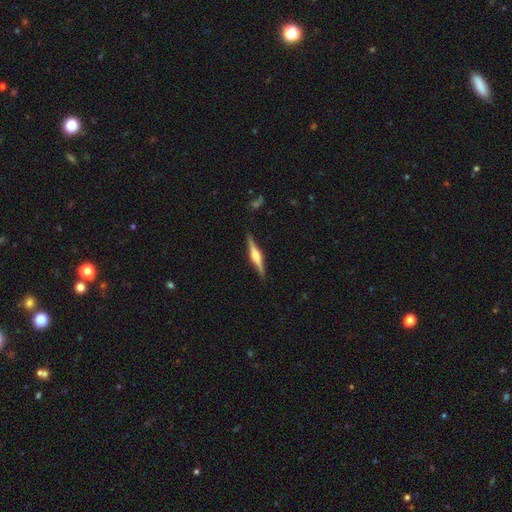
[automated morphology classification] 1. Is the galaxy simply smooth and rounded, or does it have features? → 75% featured or disk, 20% smooth, 5% star or artifact.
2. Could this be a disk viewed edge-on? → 98% yes, 2% no.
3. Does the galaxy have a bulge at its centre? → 77% rounded, 19% boxy, 4% none.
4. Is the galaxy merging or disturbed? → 89% none, 8% minor disturbance, 2% major disturbance, 1% merger.